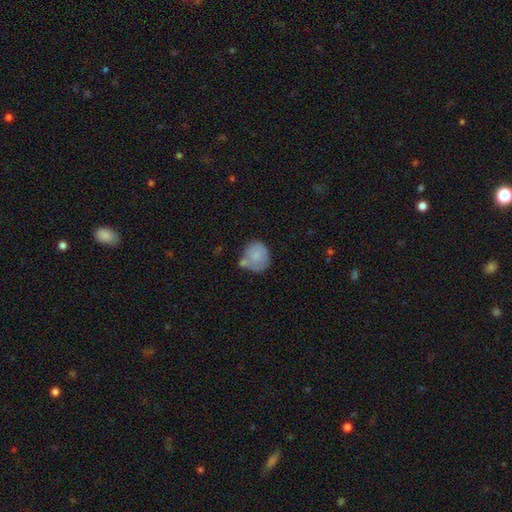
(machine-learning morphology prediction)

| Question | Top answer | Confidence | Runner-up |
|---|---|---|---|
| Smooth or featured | smooth | 77% | featured or disk (16%) |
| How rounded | round | 80% | in between (19%) |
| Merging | none | 48% | minor disturbance (25%) |